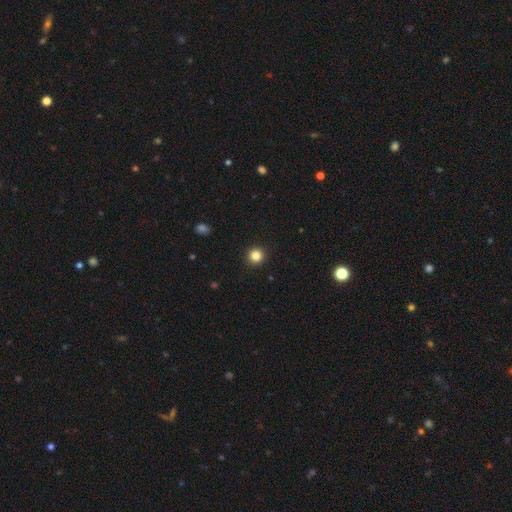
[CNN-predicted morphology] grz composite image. It shows a smooth galaxy with no disk features (85%) that is round (95%). Merging: none (93%).